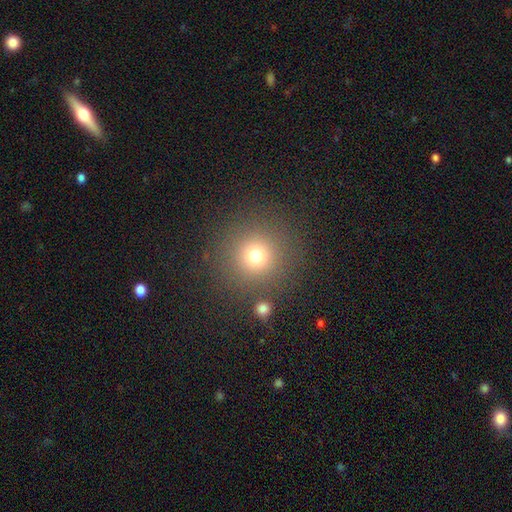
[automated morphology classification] smooth-or-featured: smooth: 74% | star or artifact: 18% | featured or disk: 9%
  how-rounded: round: 94% | in between: 5% | cigar-shaped: 1%
  merging: none: 85% | minor disturbance: 7% | merger: 4% | major disturbance: 4%